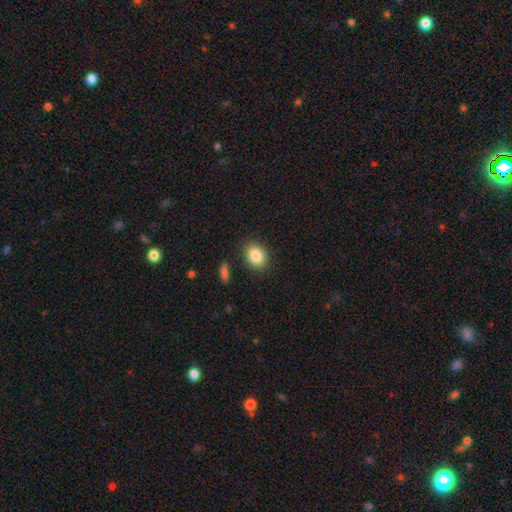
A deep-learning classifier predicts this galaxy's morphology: This is clearly a smooth galaxy (86%). How rounded: likely in between (65%). Merging: clearly none (84%).